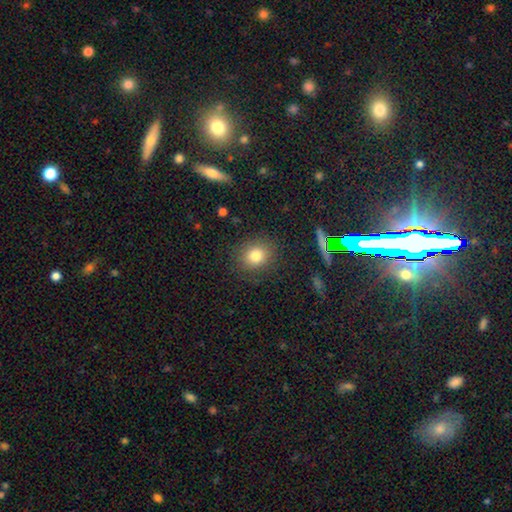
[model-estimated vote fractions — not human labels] Smooth or featured?
  - smooth: 80% *
  - star or artifact: 12%
  - featured or disk: 8%
How rounded?
  - round: 76% *
  - in between: 22%
  - cigar-shaped: 1%
Merging?
  - none: 86% *
  - minor disturbance: 9%
  - major disturbance: 3%
  - merger: 1%